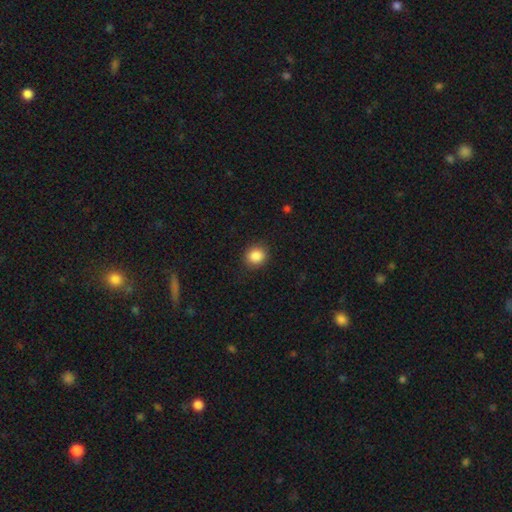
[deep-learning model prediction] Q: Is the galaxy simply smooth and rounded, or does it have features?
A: smooth — 87%.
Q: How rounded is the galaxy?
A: round — 83%.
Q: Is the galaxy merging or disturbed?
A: none — 89%.